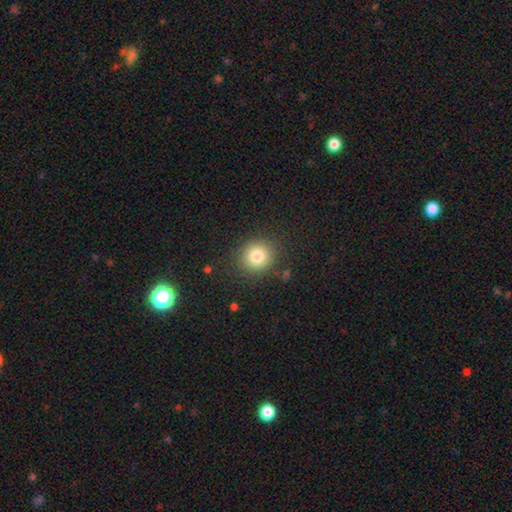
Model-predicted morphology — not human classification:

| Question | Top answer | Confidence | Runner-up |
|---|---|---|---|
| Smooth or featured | smooth | 82% | star or artifact (11%) |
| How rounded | round | 84% | in between (15%) |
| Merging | none | 87% | minor disturbance (9%) |